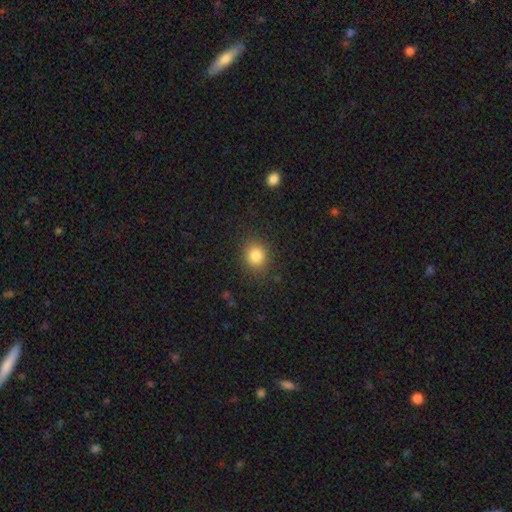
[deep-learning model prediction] Smooth or featured: smooth — 83% (star or artifact — 11%)
How rounded: round — 69% (in between — 30%)
Merging: none — 86% (minor disturbance — 10%)